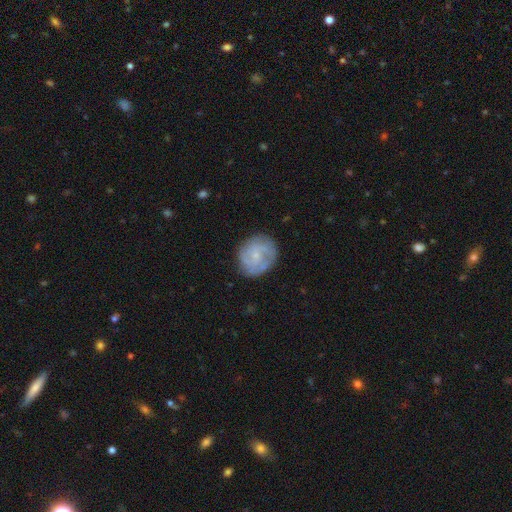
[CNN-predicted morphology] Smooth or featured: featured or disk — 66% (smooth — 28%)
Edge-on disk: no — 98% (yes — 2%)
Bar: no — 70% (weak — 27%)
Spiral arms: yes — 90% (no — 10%)
Spiral winding: tight — 52% (medium — 37%)
Spiral arm count: can't tell — 29% (3 — 28%)
Bulge size: small — 72% (moderate — 17%)
Merging: none — 79% (minor disturbance — 15%)